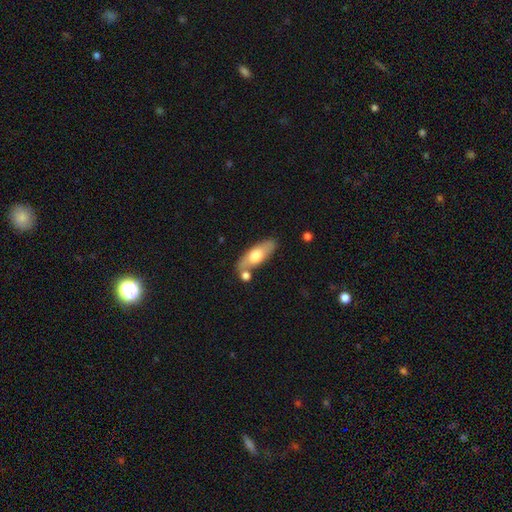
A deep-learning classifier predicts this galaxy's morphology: Q: Smooth or featured?
A: smooth (61%); runner-up: featured or disk (33%)
Q: How rounded?
A: in between (67%); runner-up: cigar-shaped (30%)
Q: Merging?
A: none (66%); runner-up: merger (15%)